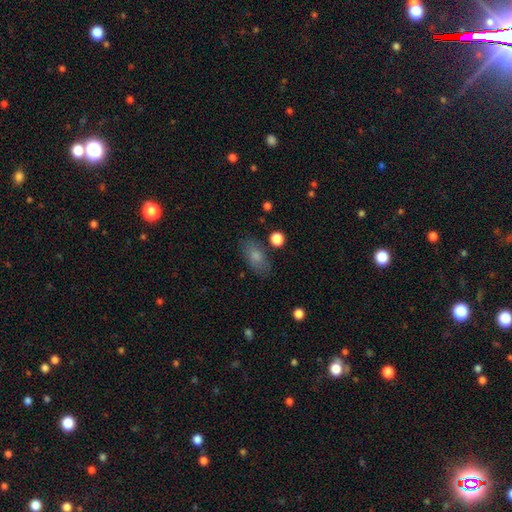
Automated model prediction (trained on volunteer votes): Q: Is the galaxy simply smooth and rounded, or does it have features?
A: smooth — 78%.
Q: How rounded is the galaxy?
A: in between — 88%.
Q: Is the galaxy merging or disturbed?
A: none — 79%.